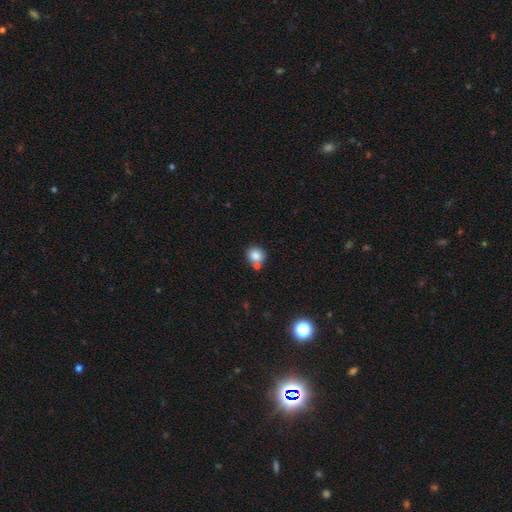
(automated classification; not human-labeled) Morphology: type=smooth (83%); roundness=round (88%); merging=none (64%).